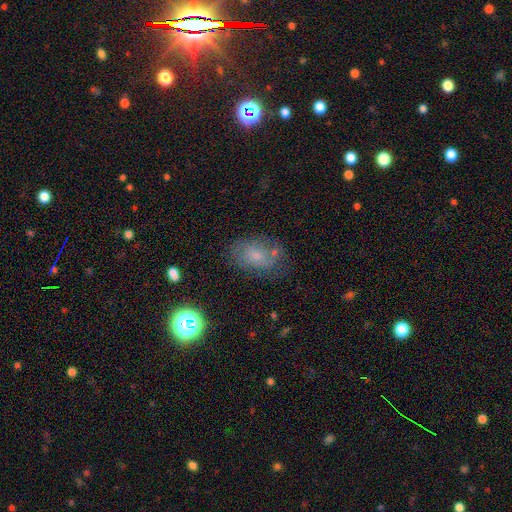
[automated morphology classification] smooth_or_featured: smooth (p=0.59) [alt: featured or disk p=0.27]
how_rounded: in between (p=0.82) [alt: round p=0.17]
merging: none (p=0.60) [alt: minor disturbance p=0.23]